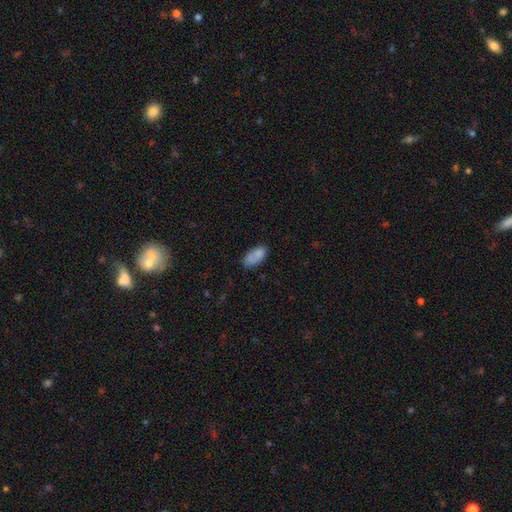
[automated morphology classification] Smooth or featured? Predicted: smooth (p=0.80). How rounded? Predicted: in between (p=0.92). Merging? Predicted: none (p=0.65).